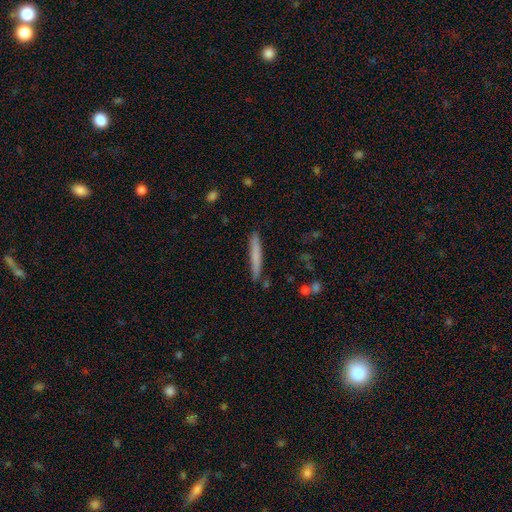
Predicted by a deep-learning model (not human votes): smooth_or_featured: smooth (p=0.72) [alt: featured or disk p=0.22]
how_rounded: cigar-shaped (p=0.96) [alt: in between p=0.03]
merging: none (p=0.88) [alt: minor disturbance p=0.08]